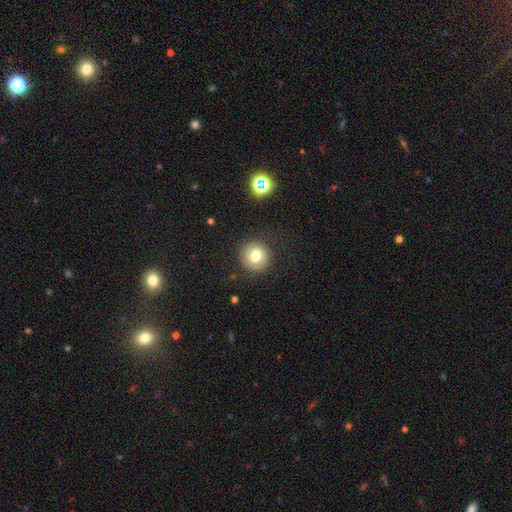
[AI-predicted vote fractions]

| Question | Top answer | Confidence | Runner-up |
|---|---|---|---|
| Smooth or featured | smooth | 61% | featured or disk (27%) |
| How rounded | round | 91% | in between (8%) |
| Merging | none | 81% | minor disturbance (12%) |